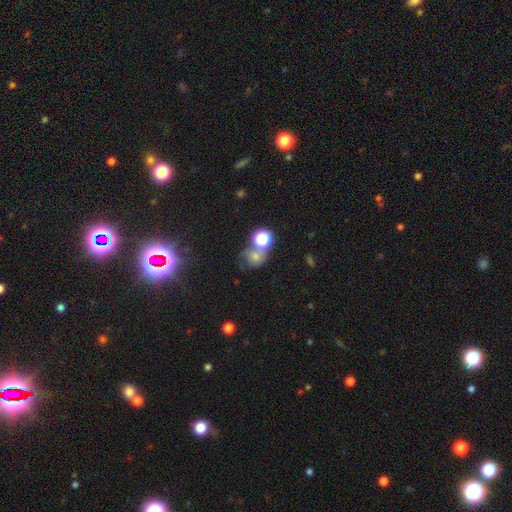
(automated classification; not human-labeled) smooth-or-featured: smooth: 58% | star or artifact: 23% | featured or disk: 18%
  how-rounded: round: 70% | in between: 29% | cigar-shaped: 1%
  merging: merger: 39% | none: 37% | minor disturbance: 13% | major disturbance: 11%